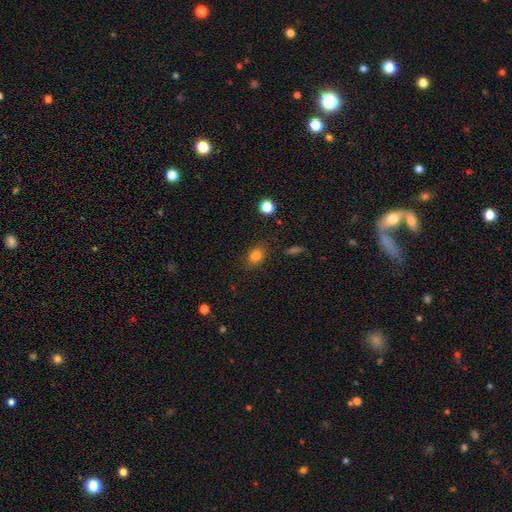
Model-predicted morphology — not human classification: Overall: smooth (82%). How rounded: in between (51%; round 47%). Merging: none (83%).